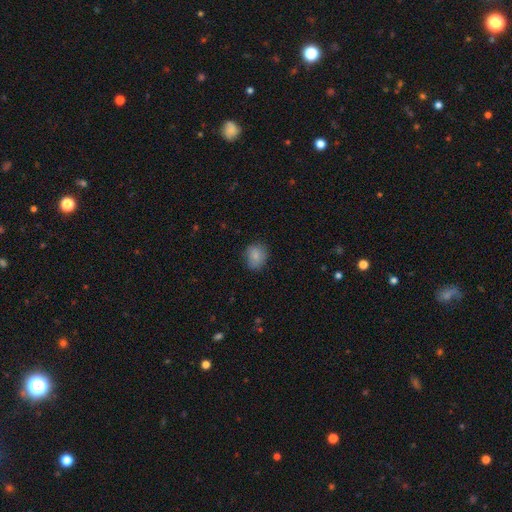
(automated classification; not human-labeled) smooth 84%, star or artifact 9%, featured or disk 7%. Down the decision tree: how rounded — round (61%); merging — none (77%).